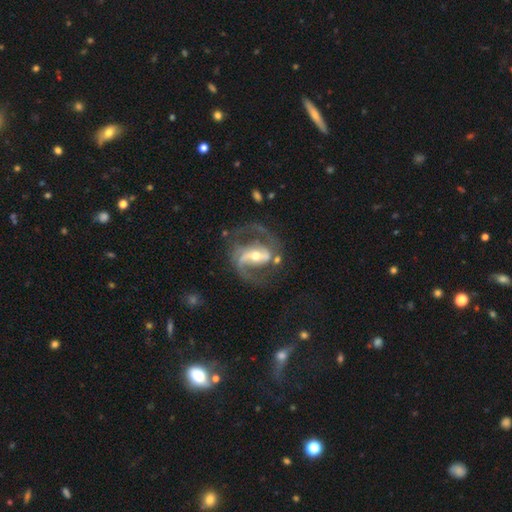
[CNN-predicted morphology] Smooth or featured? Predicted: featured or disk (p=0.90). Edge-on disk? Predicted: no (p=0.97). Bar? Predicted: strong (p=0.48). Spiral arms? Predicted: yes (p=0.97). Spiral winding? Predicted: medium (p=0.58). Spiral arm count? Predicted: 2 (p=0.90). Bulge size? Predicted: moderate (p=0.54). Merging? Predicted: none (p=0.66).